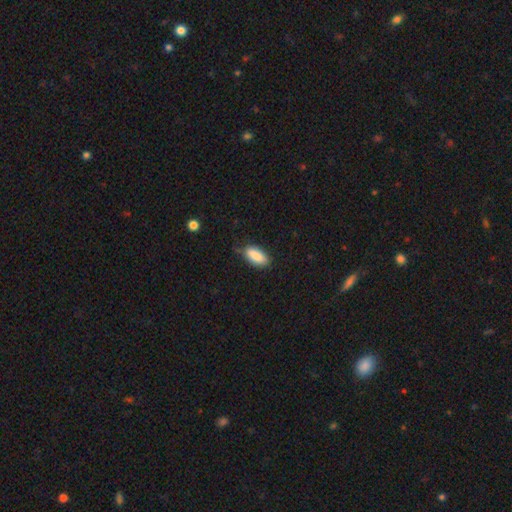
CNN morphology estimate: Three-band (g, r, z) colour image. It shows a smooth galaxy with no disk features (87%) that is in between round and cigar-shaped (85%). Merging: none (74%).